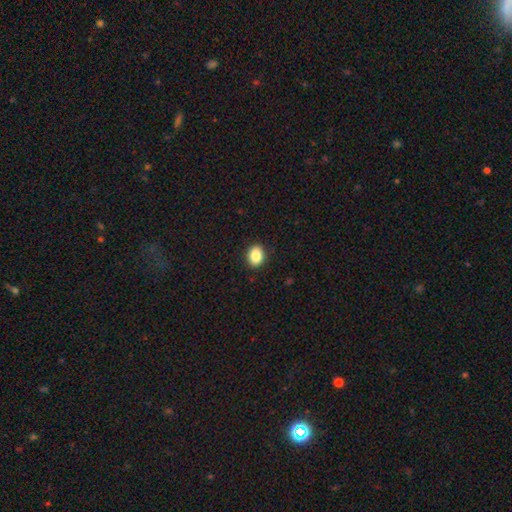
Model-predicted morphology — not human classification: smooth 87%, star or artifact 9%, featured or disk 4%. Down the decision tree: how rounded — in between (64%); merging — none (90%).